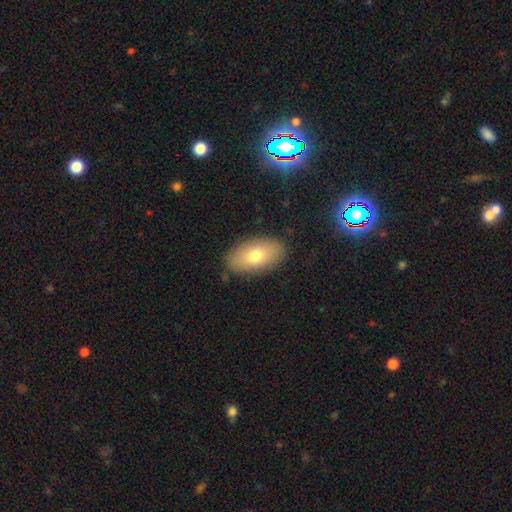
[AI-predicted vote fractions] A smooth galaxy with no disk features (74%) that is in between round and cigar-shaped (93%). Merging: none (86%).